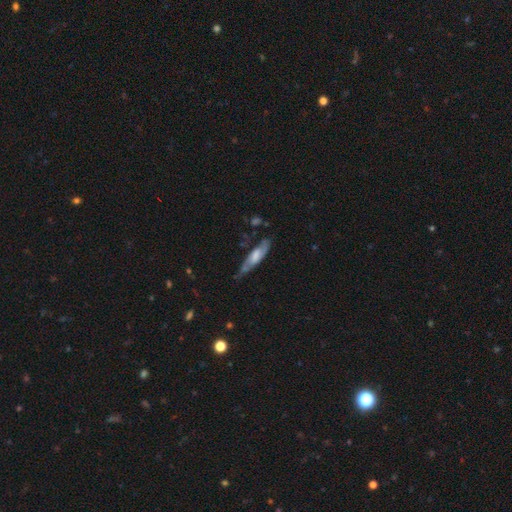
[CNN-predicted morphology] featured or disk 50%, smooth 45%, star or artifact 6%. Down the decision tree: merging — none (52%).